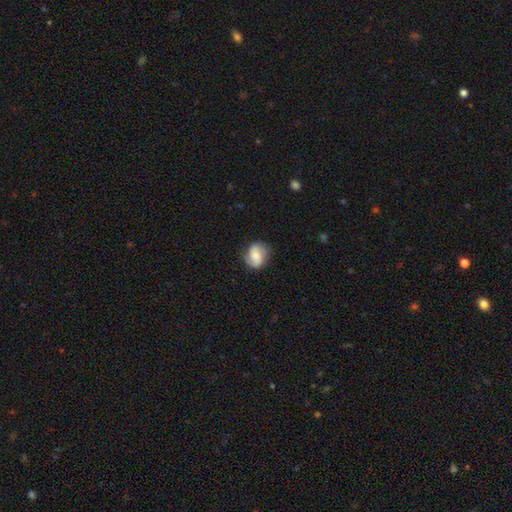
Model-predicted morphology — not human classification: The model was most divided on "smooth or featured": smooth: 54%, featured or disk: 38%, star or artifact: 8%. More confident: merging — none (73%); how rounded — round (61%).